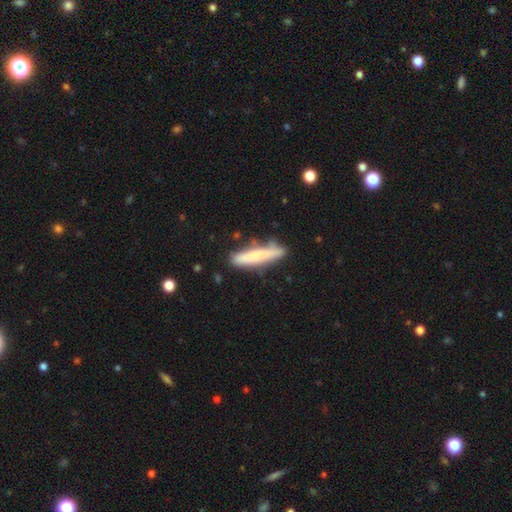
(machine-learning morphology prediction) Smooth or featured: smooth — 69% (featured or disk — 24%)
How rounded: cigar-shaped — 88% (in between — 11%)
Merging: none — 73% (minor disturbance — 19%)